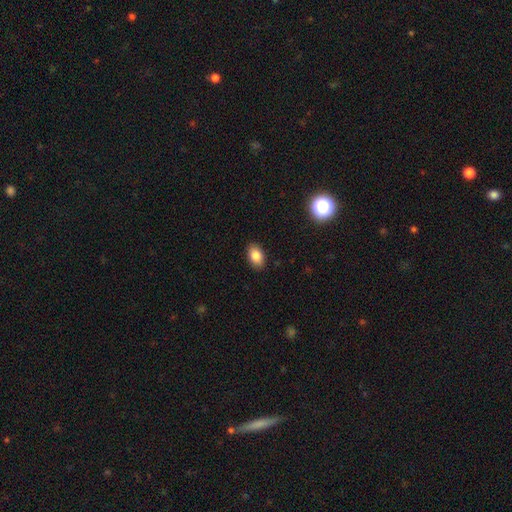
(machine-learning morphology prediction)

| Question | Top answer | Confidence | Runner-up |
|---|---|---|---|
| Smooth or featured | smooth | 84% | star or artifact (9%) |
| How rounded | in between | 87% | round (12%) |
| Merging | none | 89% | minor disturbance (8%) |